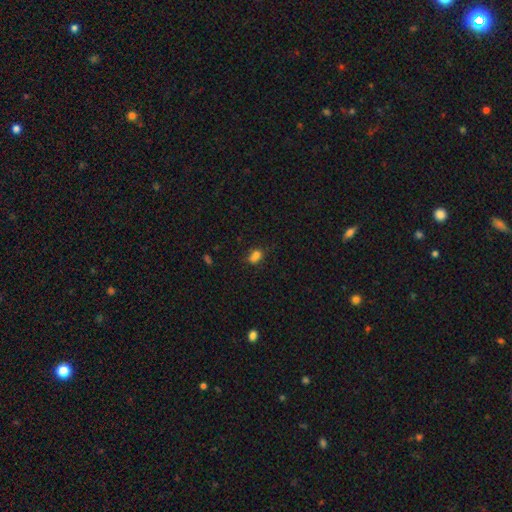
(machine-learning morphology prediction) The model was most divided on "merging": none: 46%, merger: 24%, minor disturbance: 22%, major disturbance: 8%. More confident: smooth or featured — smooth (75%); how rounded — in between (65%).